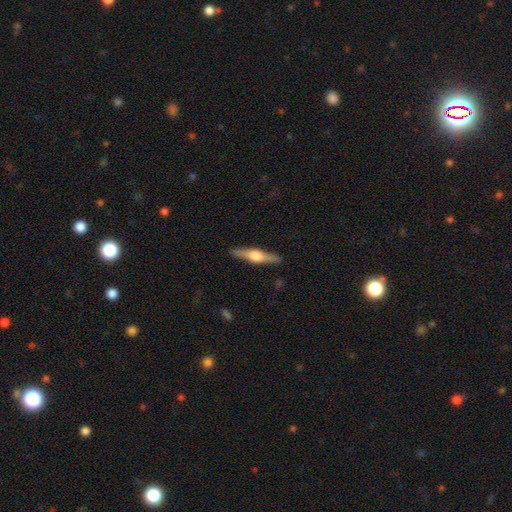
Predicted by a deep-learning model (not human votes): Smooth or featured?
  - featured or disk: 70% *
  - smooth: 25%
  - star or artifact: 5%
Edge-on disk?
  - yes: 97% *
  - no: 3%
Edge-on bulge?
  - rounded: 91% *
  - boxy: 7%
  - none: 2%
Merging?
  - none: 90% *
  - minor disturbance: 7%
  - major disturbance: 2%
  - merger: 1%